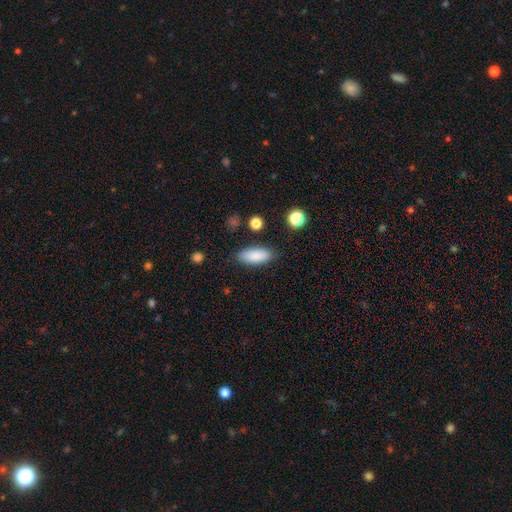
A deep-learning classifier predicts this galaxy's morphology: This is clearly a smooth galaxy (87%). How rounded: clearly in between (80%). Merging: clearly none (84%).